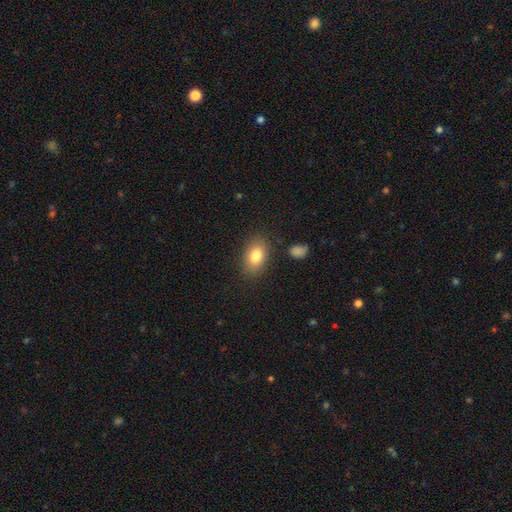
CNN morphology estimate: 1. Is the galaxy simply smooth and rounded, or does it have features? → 80% smooth, 11% featured or disk, 9% star or artifact.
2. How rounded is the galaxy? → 85% in between, 14% round, 2% cigar-shaped.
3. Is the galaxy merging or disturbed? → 83% none, 11% minor disturbance, 3% major disturbance, 2% merger.